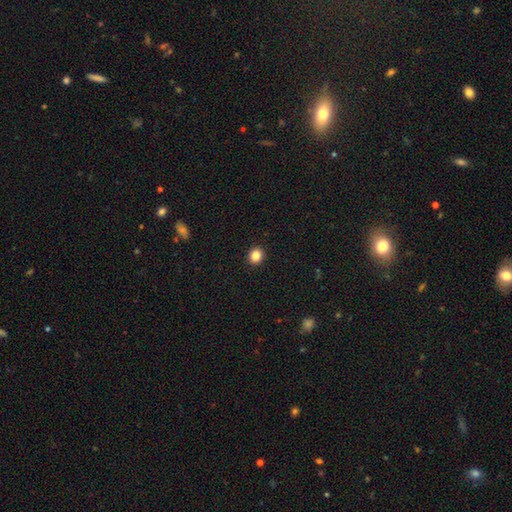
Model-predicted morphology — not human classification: smooth 85%, star or artifact 11%, featured or disk 4%. Down the decision tree: how rounded — round (84%); merging — none (93%).